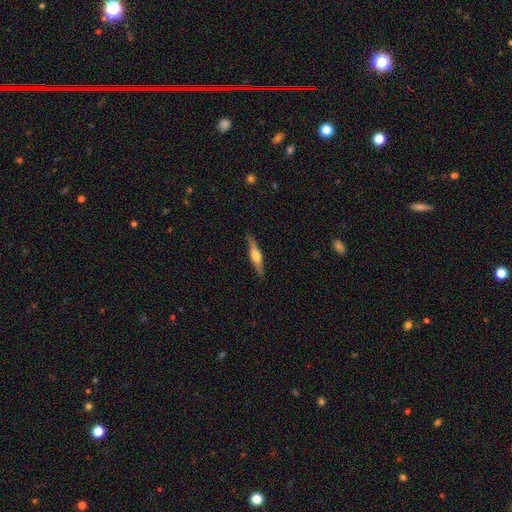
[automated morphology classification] Q: Smooth or featured?
A: featured or disk (58%); runner-up: smooth (36%)
Q: Edge-on disk?
A: yes (95%); runner-up: no (5%)
Q: Edge-on bulge?
A: rounded (89%); runner-up: boxy (7%)
Q: Merging?
A: none (88%); runner-up: minor disturbance (9%)